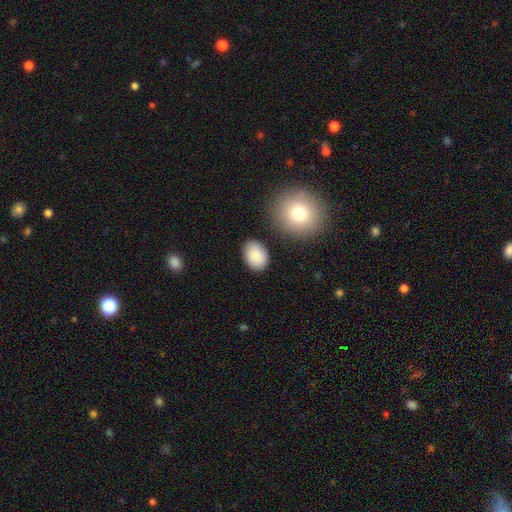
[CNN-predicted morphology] The model was most divided on "how rounded": in between: 72%, round: 27%, cigar-shaped: 1%. More confident: smooth or featured — smooth (86%); merging — none (82%).